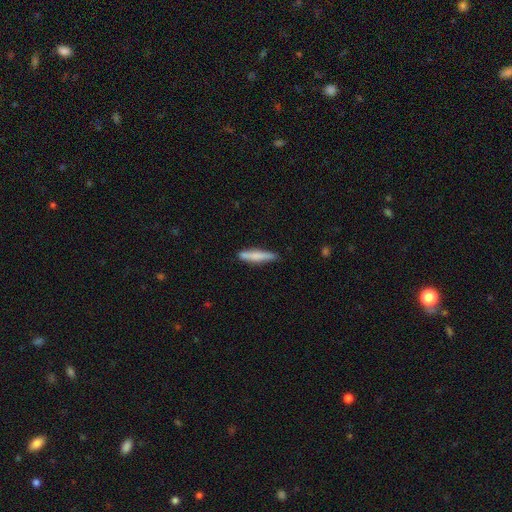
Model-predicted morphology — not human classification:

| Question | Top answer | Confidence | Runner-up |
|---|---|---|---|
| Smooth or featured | smooth | 74% | featured or disk (20%) |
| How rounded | cigar-shaped | 91% | in between (8%) |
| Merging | none | 82% | minor disturbance (13%) |